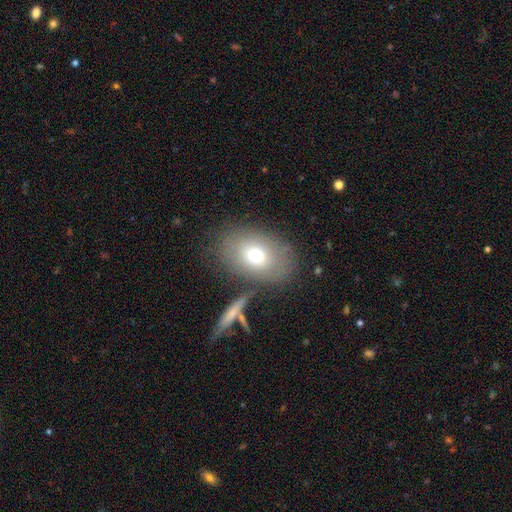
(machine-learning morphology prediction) A smooth galaxy with no disk features (69%) that is in between round and cigar-shaped (78%).

Vote fractions:
- Smooth or featured? smooth: 69% / featured or disk: 20% / star or artifact: 11%
- How rounded? in between: 78% / round: 21% / cigar-shaped: 1%
- Merging? none: 73% / minor disturbance: 13% / merger: 7% / major disturbance: 7%